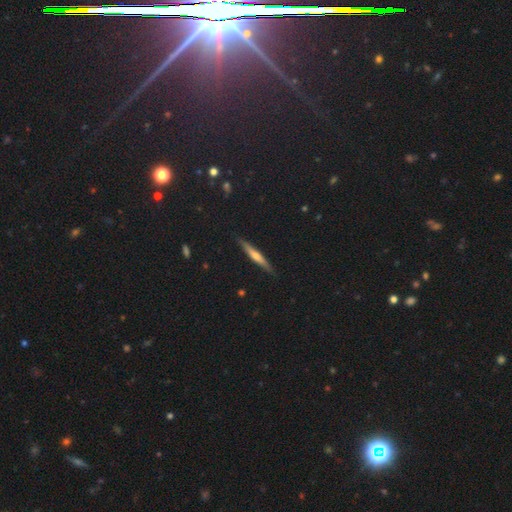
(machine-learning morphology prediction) type=featured or disk (56%); edge-on=yes (96%); edge-on bulge=rounded (73%); merging=none (88%).